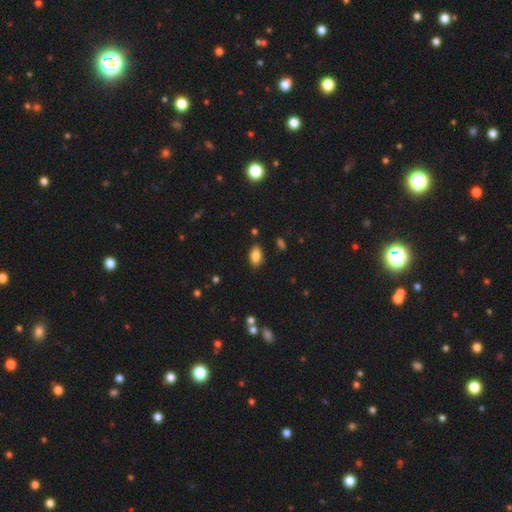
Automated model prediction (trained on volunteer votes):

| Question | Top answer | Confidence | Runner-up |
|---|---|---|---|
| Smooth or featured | smooth | 85% | star or artifact (9%) |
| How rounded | in between | 91% | round (5%) |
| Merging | none | 85% | minor disturbance (10%) |